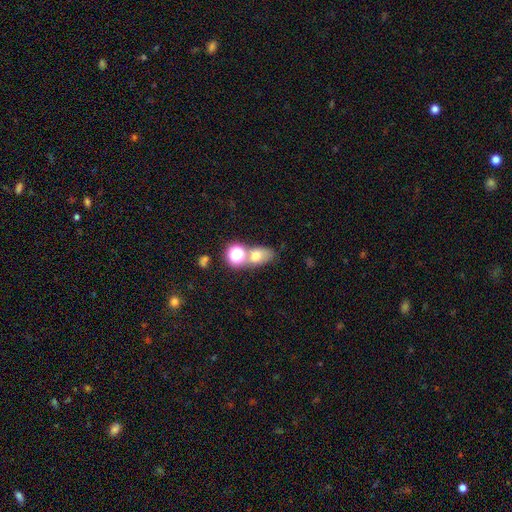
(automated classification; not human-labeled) Morphology: type=smooth (65%); roundness=in between (64%); merging=none (42%).